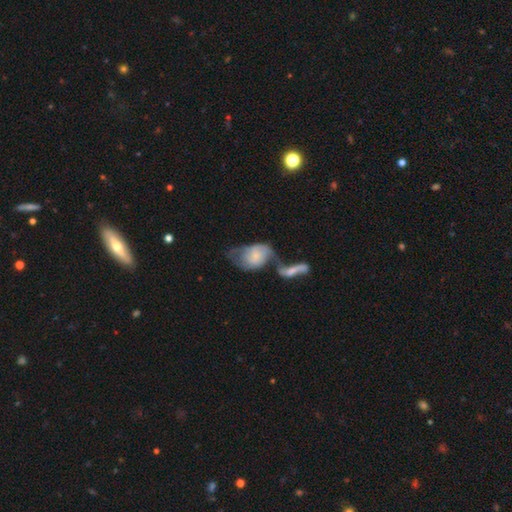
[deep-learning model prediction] Smooth or featured: featured or disk — 49% (smooth — 44%)
Merging: merger — 56% (major disturbance — 19%)